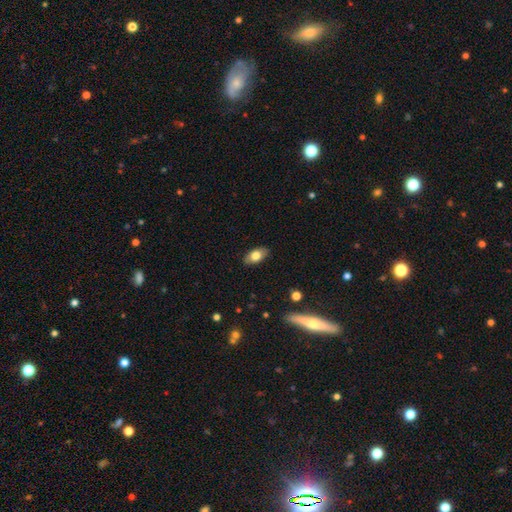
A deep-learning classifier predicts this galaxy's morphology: The model was most divided on "smooth or featured": smooth: 75%, featured or disk: 18%, star or artifact: 7%. More confident: how rounded — in between (92%); merging — none (87%).